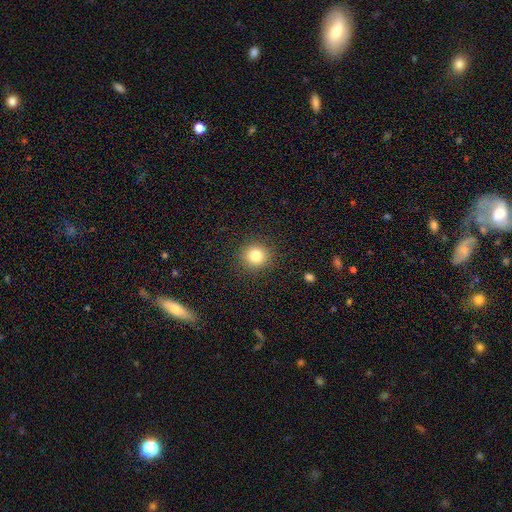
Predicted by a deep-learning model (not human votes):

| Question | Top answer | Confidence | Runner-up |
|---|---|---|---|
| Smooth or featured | smooth | 81% | star or artifact (12%) |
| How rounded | round | 91% | in between (8%) |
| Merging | none | 90% | minor disturbance (6%) |